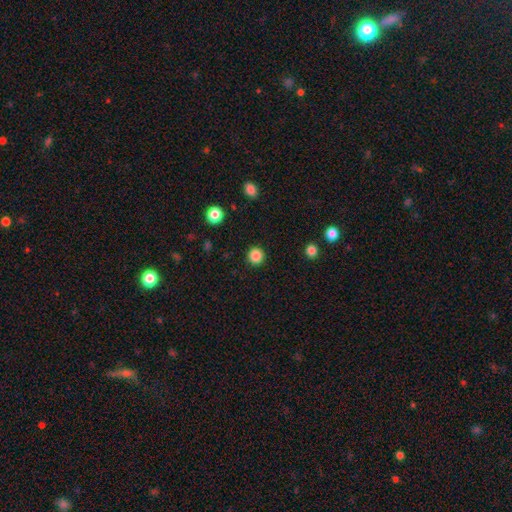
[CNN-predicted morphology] Smooth or featured? smooth (86%)
How rounded? round (95%)
Merging? none (92%)